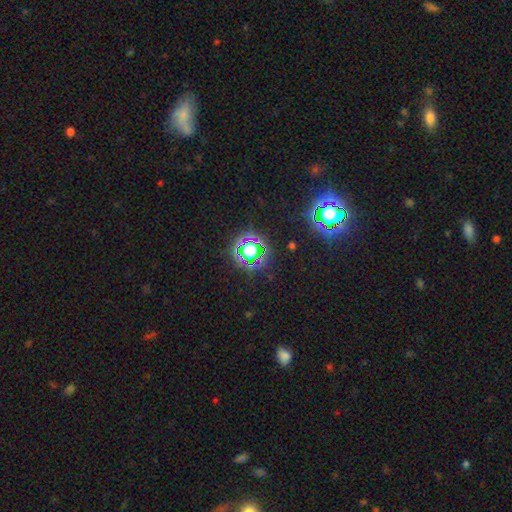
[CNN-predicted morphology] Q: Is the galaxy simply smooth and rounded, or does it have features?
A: star or artifact — 71%.